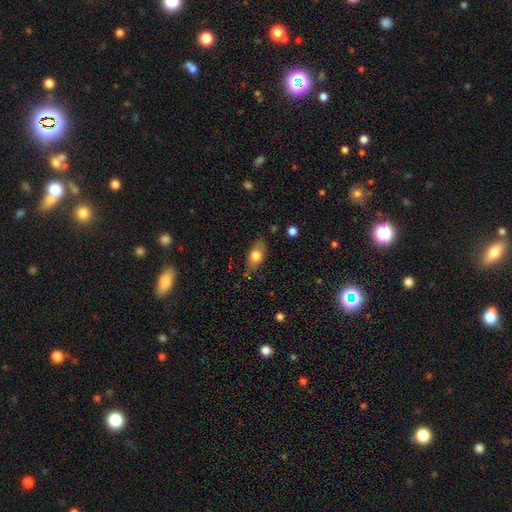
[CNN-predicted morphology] This appears to be a smooth galaxy with no disk features (76%) that is in between round and cigar-shaped (86%). Merging: none (77%).